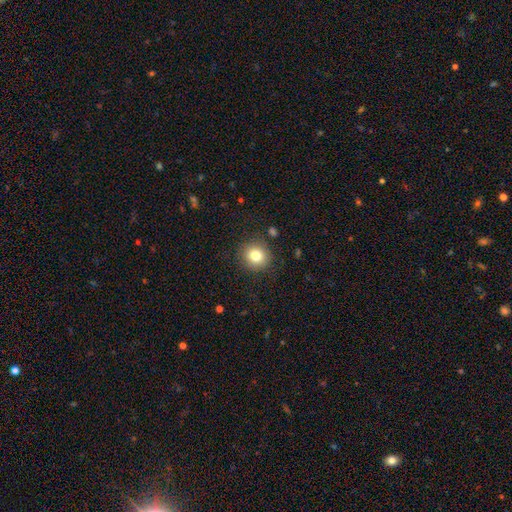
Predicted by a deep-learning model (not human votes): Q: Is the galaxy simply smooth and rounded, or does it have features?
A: smooth — 80%.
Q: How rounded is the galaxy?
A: round — 88%.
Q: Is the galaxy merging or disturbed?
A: none — 87%.